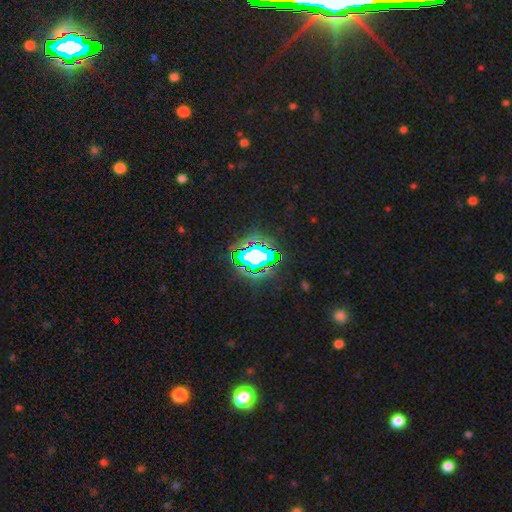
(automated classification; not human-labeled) This appears to be a star or artifact, not a galaxy (67%).